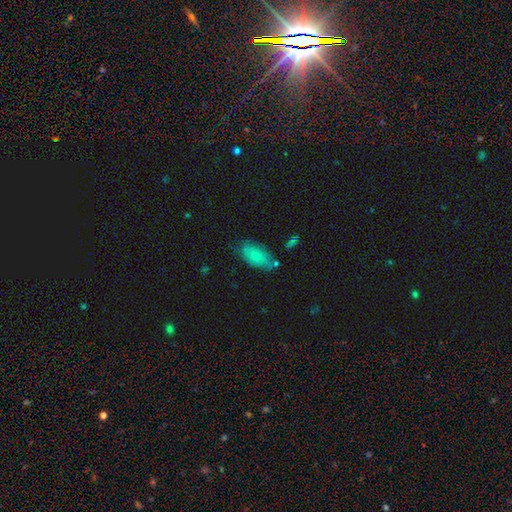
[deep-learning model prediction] Smooth or featured?
  - smooth: 75% *
  - featured or disk: 18%
  - star or artifact: 7%
How rounded?
  - in between: 92% *
  - cigar-shaped: 5%
  - round: 4%
Merging?
  - none: 61% *
  - minor disturbance: 26%
  - major disturbance: 8%
  - merger: 6%